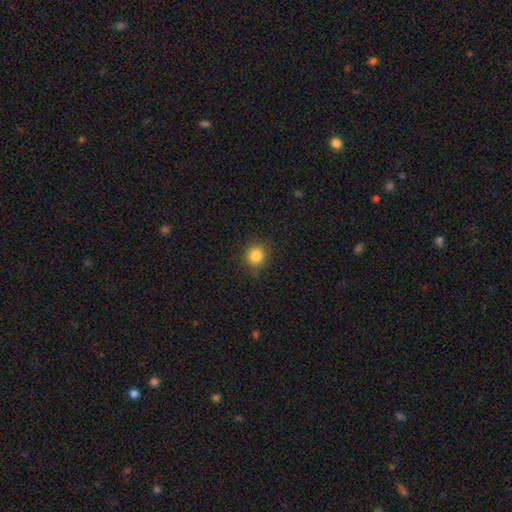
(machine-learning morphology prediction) This is clearly a smooth galaxy (84%). How rounded: clearly round (89%). Merging: clearly none (87%).